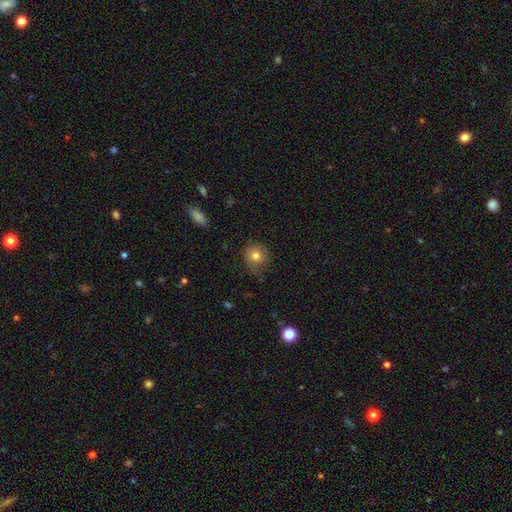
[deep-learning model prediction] smooth 79%, star or artifact 11%, featured or disk 10%. Down the decision tree: how rounded — round (88%); merging — none (72%).